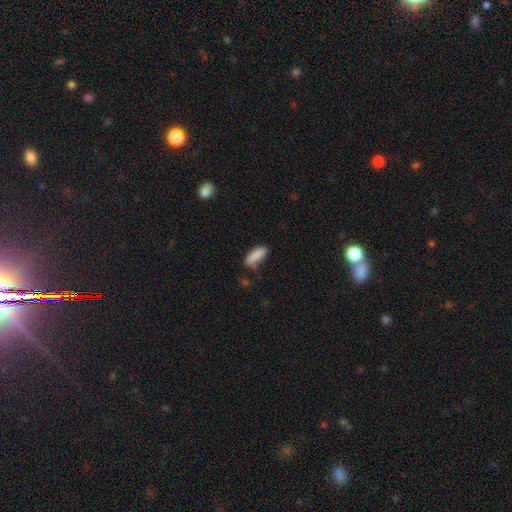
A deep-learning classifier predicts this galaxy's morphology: Smooth or featured? Predicted: smooth (p=0.88). How rounded? Predicted: in between (p=0.64). Merging? Predicted: none (p=0.66).